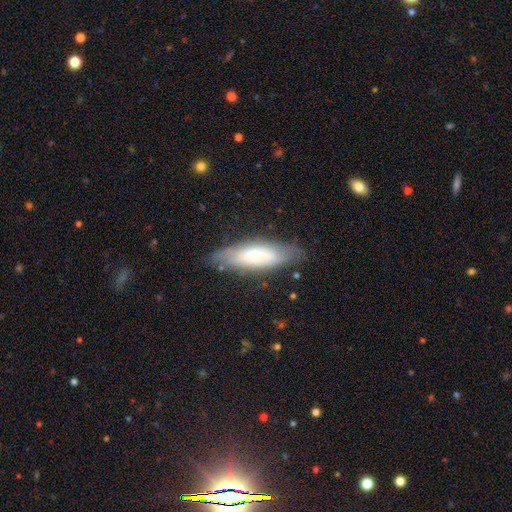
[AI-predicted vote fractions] Smooth or featured? Predicted: smooth (p=0.53). How rounded? Predicted: in between (p=0.51). Merging? Predicted: none (p=0.75).